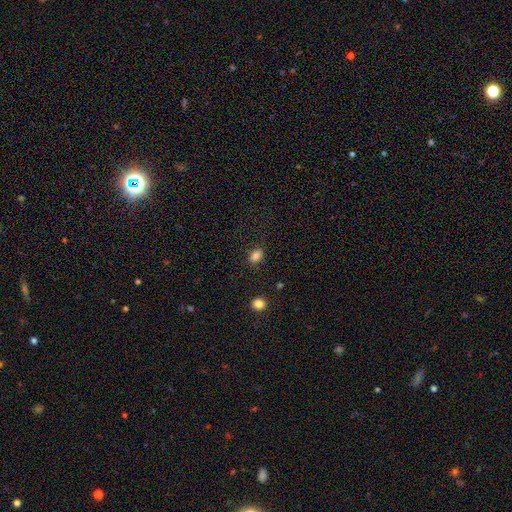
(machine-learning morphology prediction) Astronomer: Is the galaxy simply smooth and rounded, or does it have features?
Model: smooth — 84%.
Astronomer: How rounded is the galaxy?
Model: in between — 77%.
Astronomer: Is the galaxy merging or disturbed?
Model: none — 81%.